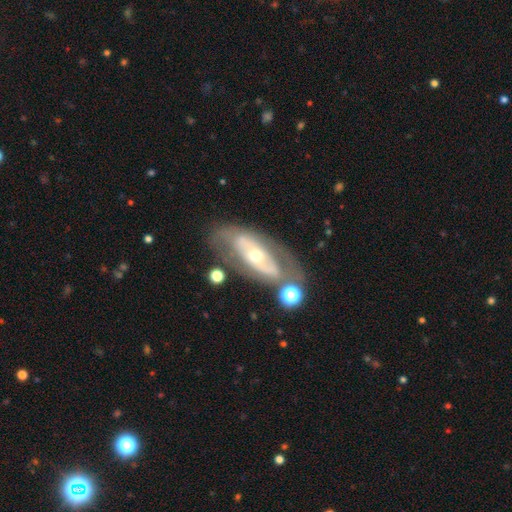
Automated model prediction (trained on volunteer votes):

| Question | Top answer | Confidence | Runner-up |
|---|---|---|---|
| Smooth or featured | featured or disk | 73% | smooth (21%) |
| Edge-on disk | no | 89% | yes (11%) |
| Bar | no | 66% | weak (18%) |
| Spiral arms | no | 54% | yes (46%) |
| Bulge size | moderate | 48% | small (46%) |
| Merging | none | 66% | minor disturbance (17%) |